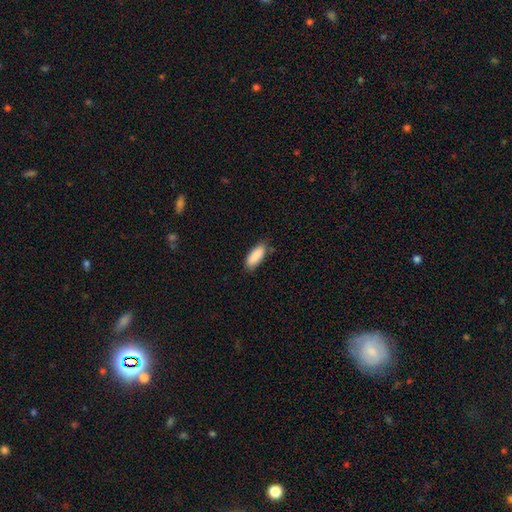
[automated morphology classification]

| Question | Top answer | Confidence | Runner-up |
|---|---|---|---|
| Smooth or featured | smooth | 89% | star or artifact (6%) |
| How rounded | in between | 76% | cigar-shaped (22%) |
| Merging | none | 77% | minor disturbance (18%) |